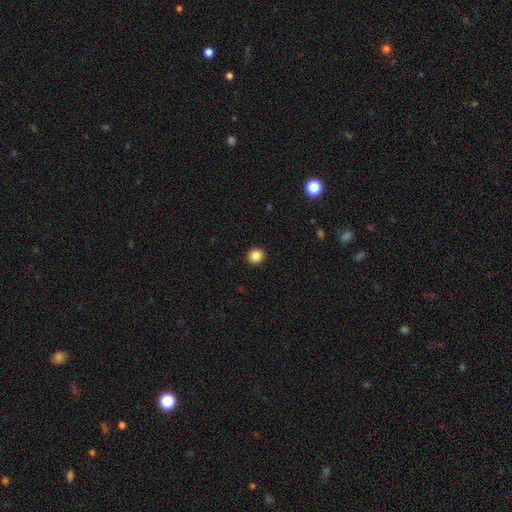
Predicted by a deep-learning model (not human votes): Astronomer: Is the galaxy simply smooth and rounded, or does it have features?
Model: smooth — 86%.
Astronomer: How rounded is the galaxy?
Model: round — 90%.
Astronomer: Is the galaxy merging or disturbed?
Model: none — 93%.